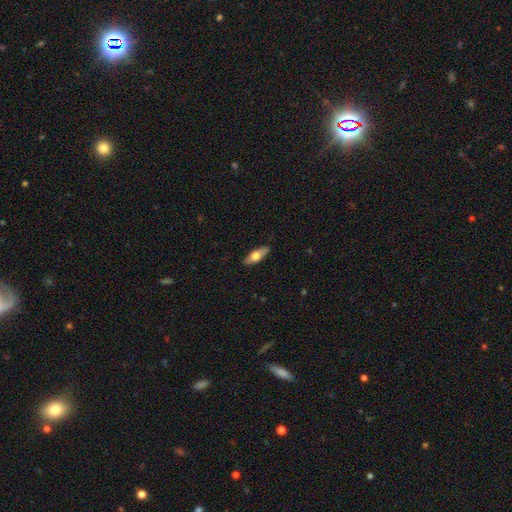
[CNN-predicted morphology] smooth_or_featured: smooth (p=0.54) [alt: featured or disk p=0.41]
how_rounded: in between (p=0.65) [alt: cigar-shaped p=0.32]
merging: none (p=0.87) [alt: minor disturbance p=0.10]